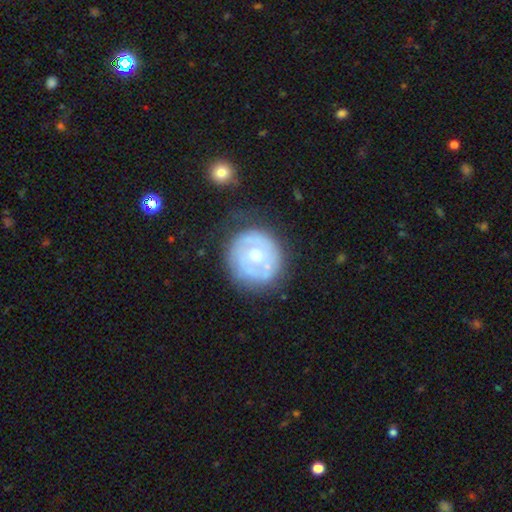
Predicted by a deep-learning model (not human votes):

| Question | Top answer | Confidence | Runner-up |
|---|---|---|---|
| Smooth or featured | featured or disk | 64% | smooth (30%) |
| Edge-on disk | no | 98% | yes (2%) |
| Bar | no | 80% | weak (17%) |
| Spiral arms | yes | 52% | no (48%) |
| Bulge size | moderate | 64% | small (25%) |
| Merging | none | 64% | minor disturbance (22%) |